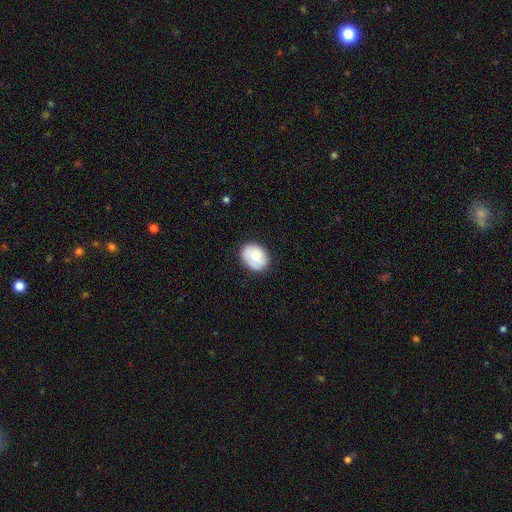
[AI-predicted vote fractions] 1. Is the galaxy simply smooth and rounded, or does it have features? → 74% smooth, 19% featured or disk, 7% star or artifact.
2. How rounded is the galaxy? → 56% in between, 43% round, 1% cigar-shaped.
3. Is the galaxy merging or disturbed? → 76% none, 19% minor disturbance, 4% major disturbance, 1% merger.